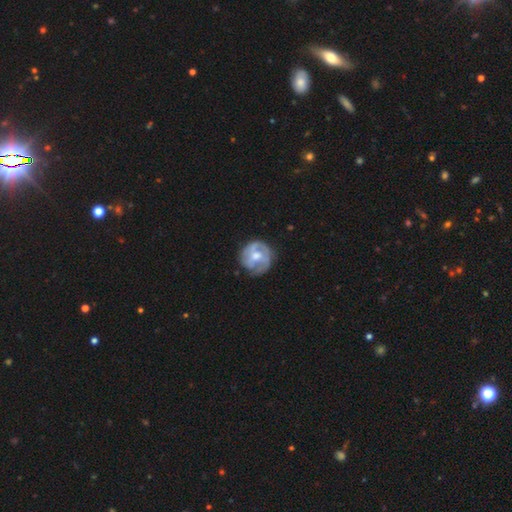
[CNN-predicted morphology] featured or disk 63%, smooth 32%, star or artifact 6%. Down the decision tree: edge-on disk — no (97%); bar — no (56%); spiral arms — yes (67%); bulge size — moderate (68%); merging — none (66%).